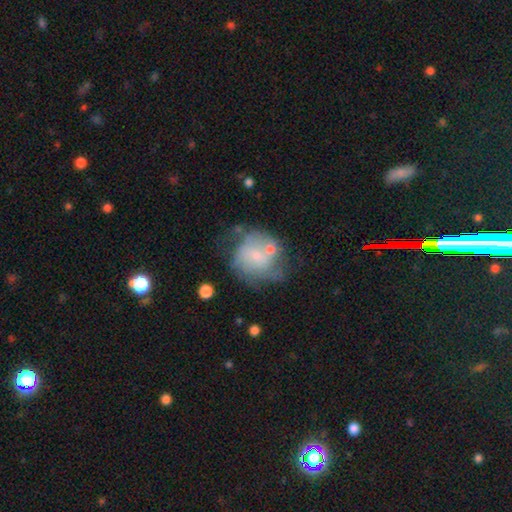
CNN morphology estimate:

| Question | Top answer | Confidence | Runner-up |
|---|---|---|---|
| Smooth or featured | featured or disk | 51% | smooth (41%) |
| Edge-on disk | no | 98% | yes (2%) |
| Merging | none | 40% | minor disturbance (25%) |